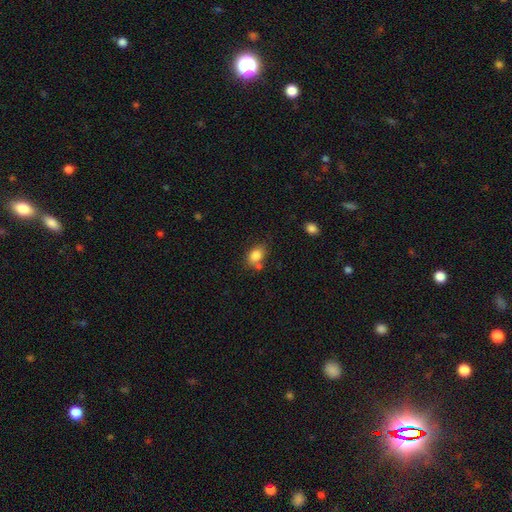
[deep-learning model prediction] This appears to be a smooth galaxy with no disk features (84%) that is in between round and cigar-shaped (72%). Merging: none (59%).